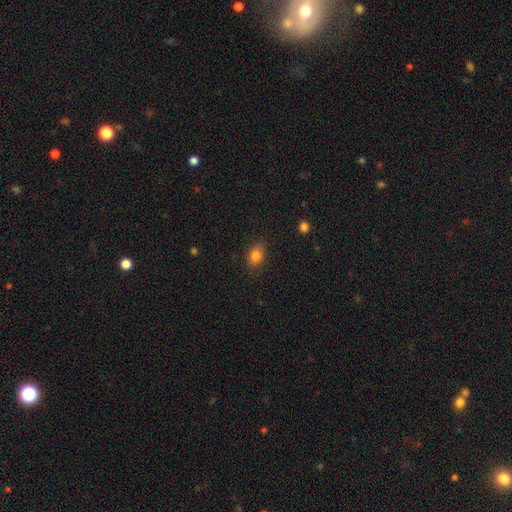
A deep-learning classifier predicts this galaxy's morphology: Smooth or featured? Predicted: smooth (p=0.82). How rounded? Predicted: in between (p=0.76). Merging? Predicted: none (p=0.84).